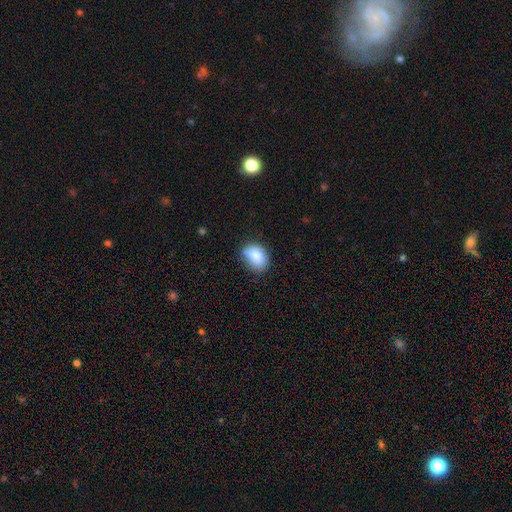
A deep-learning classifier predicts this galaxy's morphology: This is clearly a smooth galaxy (84%). How rounded: likely in between (70%). Merging: likely none (66%).